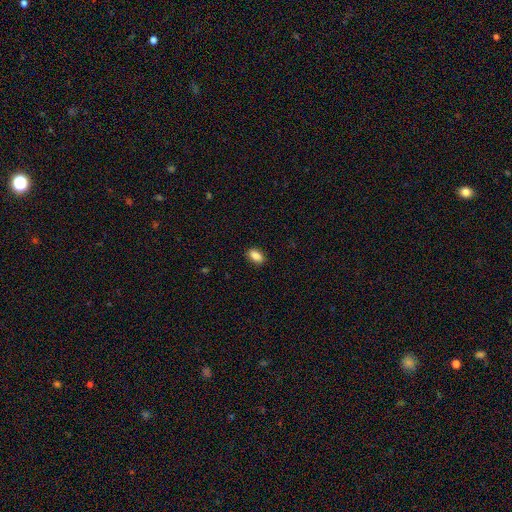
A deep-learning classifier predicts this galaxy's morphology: A smooth galaxy with no disk features (87%) that is in between round and cigar-shaped (89%).

Vote fractions:
- Smooth or featured? smooth: 87% / star or artifact: 8% / featured or disk: 6%
- How rounded? in between: 89% / round: 7% / cigar-shaped: 4%
- Merging? none: 88% / minor disturbance: 9% / major disturbance: 2% / merger: 1%